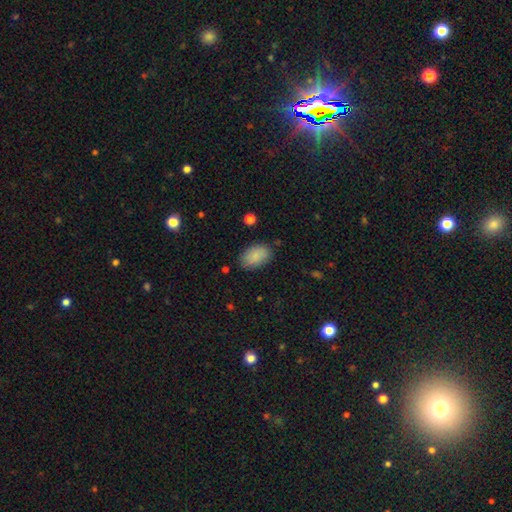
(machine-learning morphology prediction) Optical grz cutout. It shows a smooth galaxy with no disk features (86%) that is in between round and cigar-shaped (91%). Merging: none (83%).